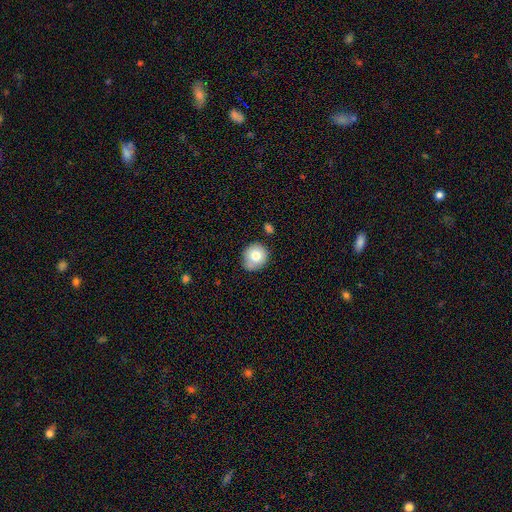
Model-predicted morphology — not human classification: A smooth galaxy with no disk features (78%) that is round (83%).

Vote fractions:
- Smooth or featured? smooth: 78% / featured or disk: 13% / star or artifact: 9%
- How rounded? round: 83% / in between: 17% / cigar-shaped: 1%
- Merging? none: 68% / minor disturbance: 22% / merger: 6% / major disturbance: 4%